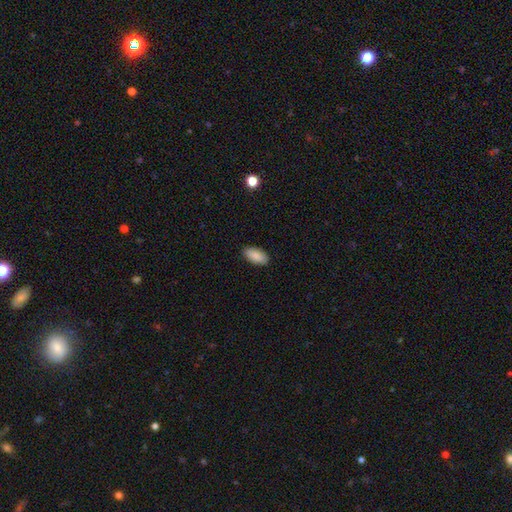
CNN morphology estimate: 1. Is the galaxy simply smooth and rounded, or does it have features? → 89% smooth, 6% star or artifact, 4% featured or disk.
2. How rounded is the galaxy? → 93% in between, 5% cigar-shaped, 2% round.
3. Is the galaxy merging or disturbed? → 89% none, 8% minor disturbance, 2% major disturbance, 1% merger.